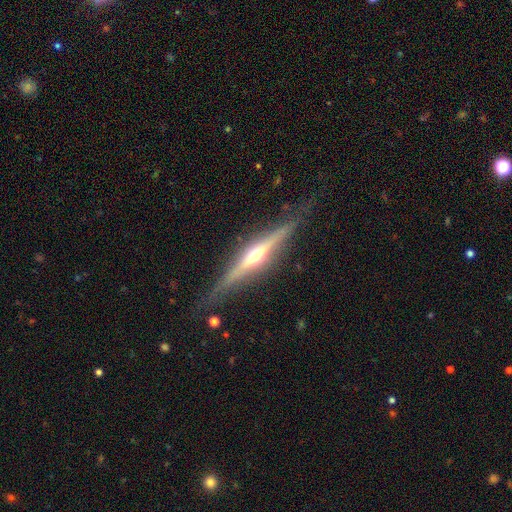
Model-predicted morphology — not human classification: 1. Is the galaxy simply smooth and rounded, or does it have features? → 79% featured or disk, 15% smooth, 6% star or artifact.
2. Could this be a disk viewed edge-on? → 97% yes, 3% no.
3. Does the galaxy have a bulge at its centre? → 89% rounded, 6% boxy, 5% none.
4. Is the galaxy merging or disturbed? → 84% none, 11% minor disturbance, 3% major disturbance, 1% merger.